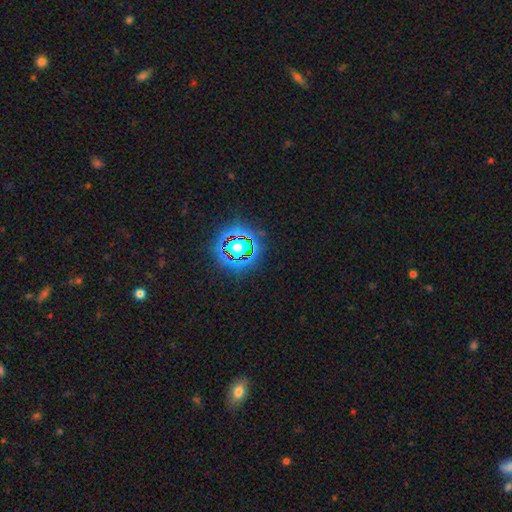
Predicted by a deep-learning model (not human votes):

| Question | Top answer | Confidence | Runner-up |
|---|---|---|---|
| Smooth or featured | star or artifact | 77% | smooth (15%) |